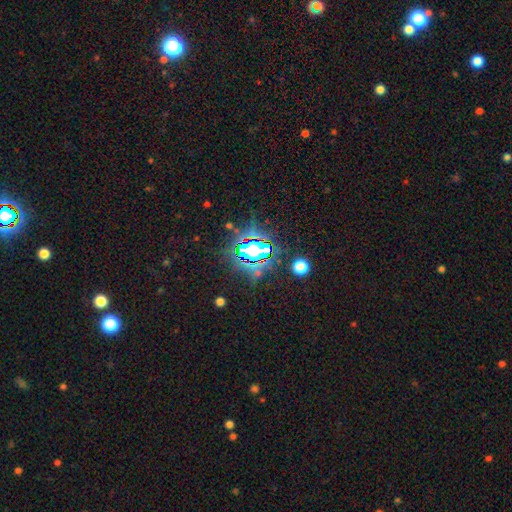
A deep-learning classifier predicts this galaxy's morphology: Smooth or featured: star or artifact — 79% (smooth — 13%)